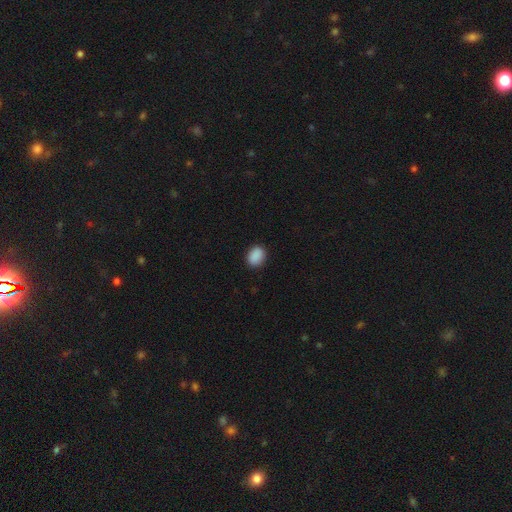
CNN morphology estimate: Smooth or featured: smooth — 89% (star or artifact — 8%)
How rounded: in between — 65% (round — 33%)
Merging: none — 87% (minor disturbance — 9%)